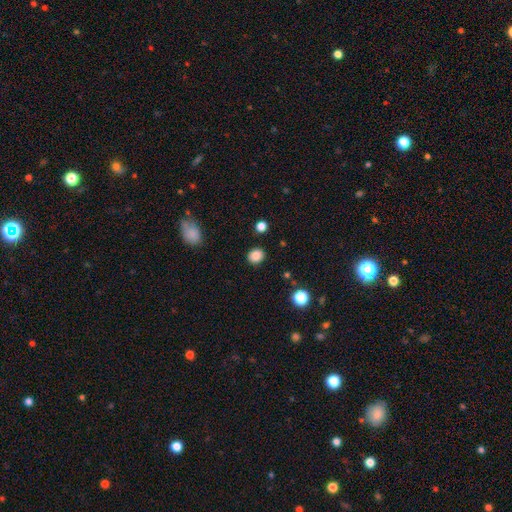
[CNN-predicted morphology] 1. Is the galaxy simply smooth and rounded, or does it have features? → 86% smooth, 10% star or artifact, 3% featured or disk.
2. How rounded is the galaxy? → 69% round, 30% in between, 1% cigar-shaped.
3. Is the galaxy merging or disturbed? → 88% none, 8% minor disturbance, 2% major disturbance, 2% merger.